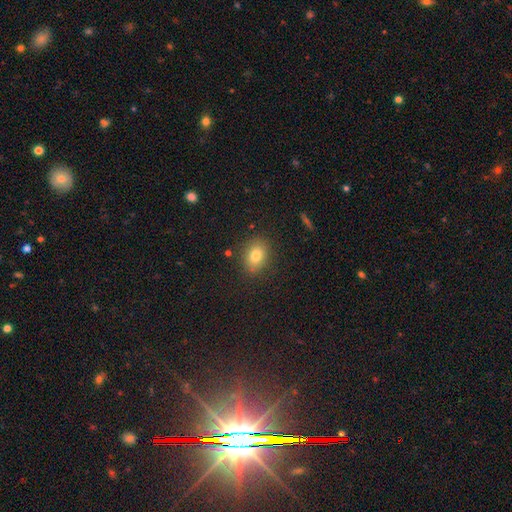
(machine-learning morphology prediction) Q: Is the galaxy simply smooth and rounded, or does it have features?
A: smooth — 79%.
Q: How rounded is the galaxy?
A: in between — 60%.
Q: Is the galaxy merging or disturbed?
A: none — 85%.